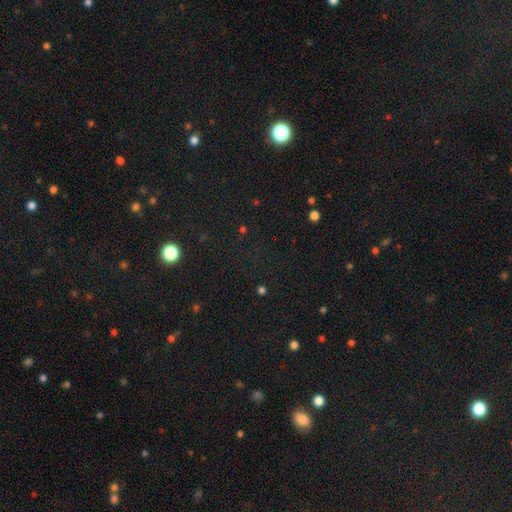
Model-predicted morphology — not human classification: Smooth or featured?
  - star or artifact: 70% *
  - smooth: 22%
  - featured or disk: 9%